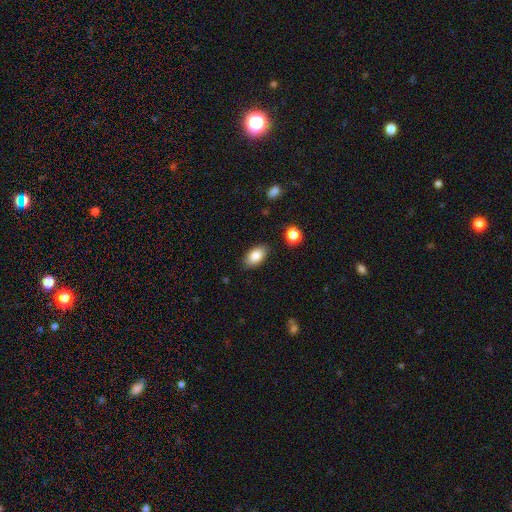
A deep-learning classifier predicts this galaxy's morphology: smooth-or-featured: smooth: 85% | star or artifact: 7% | featured or disk: 7%
  how-rounded: in between: 93% | round: 5% | cigar-shaped: 2%
  merging: none: 86% | minor disturbance: 10% | major disturbance: 2% | merger: 2%